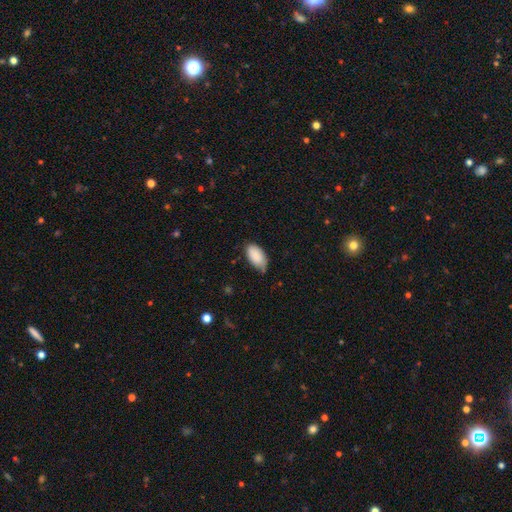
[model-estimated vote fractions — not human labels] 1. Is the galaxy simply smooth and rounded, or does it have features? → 89% smooth, 6% star or artifact, 5% featured or disk.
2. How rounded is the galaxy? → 95% in between, 2% round, 2% cigar-shaped.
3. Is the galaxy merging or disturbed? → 64% none, 30% minor disturbance, 4% major disturbance, 2% merger.